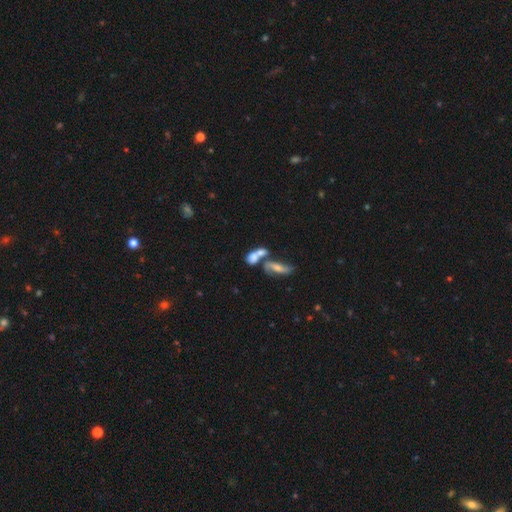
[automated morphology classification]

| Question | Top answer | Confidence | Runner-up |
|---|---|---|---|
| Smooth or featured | smooth | 58% | featured or disk (32%) |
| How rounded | in between | 70% | cigar-shaped (15%) |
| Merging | merger | 66% | none (19%) |